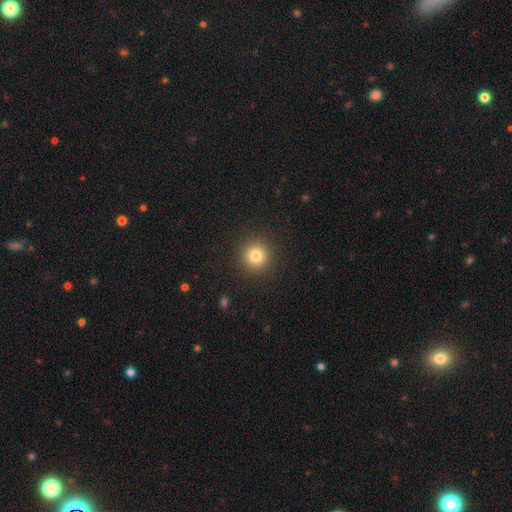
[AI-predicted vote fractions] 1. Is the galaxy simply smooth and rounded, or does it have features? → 81% smooth, 12% star or artifact, 7% featured or disk.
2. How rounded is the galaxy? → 95% round, 5% in between, 1% cigar-shaped.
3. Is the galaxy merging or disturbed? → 91% none, 6% minor disturbance, 2% major disturbance, 1% merger.